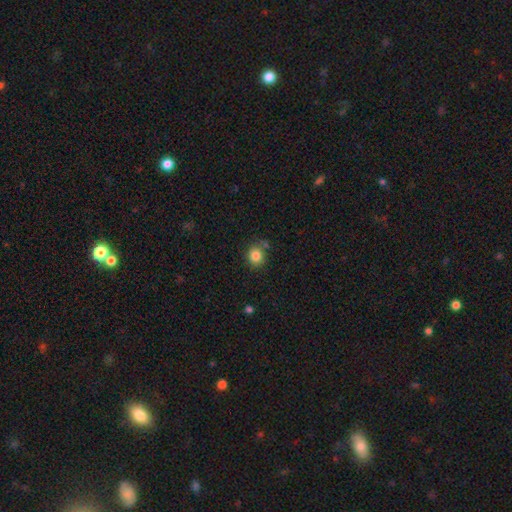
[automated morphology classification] This is clearly a smooth galaxy (84%). How rounded: clearly round (83%). Merging: likely none (73%).